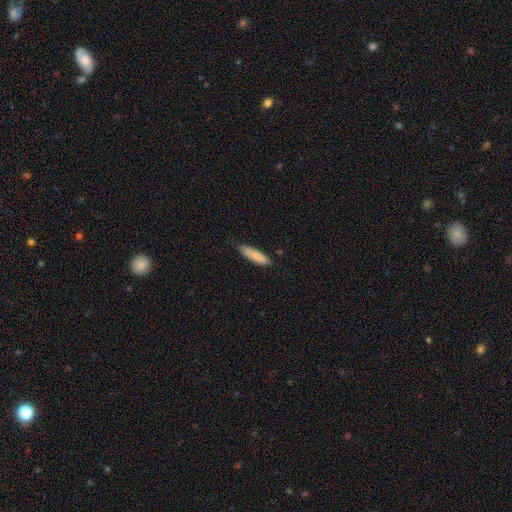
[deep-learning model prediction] The model was most divided on "how rounded": cigar-shaped: 70%, in between: 29%, round: 1%. More confident: smooth or featured — smooth (85%); merging — none (81%).